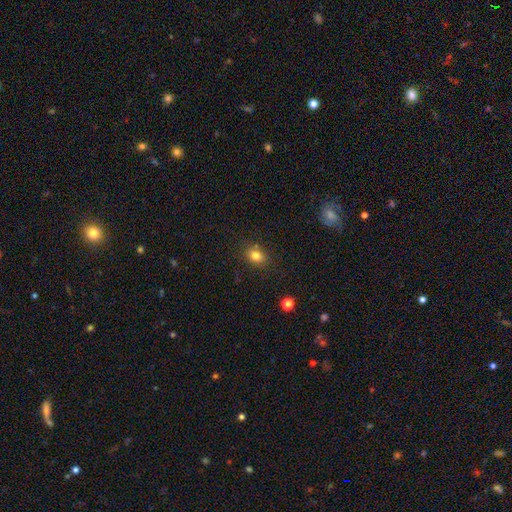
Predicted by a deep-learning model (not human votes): smooth_or_featured: smooth (p=0.81) [alt: star or artifact p=0.12]
how_rounded: in between (p=0.58) [alt: round p=0.41]
merging: none (p=0.82) [alt: minor disturbance p=0.11]